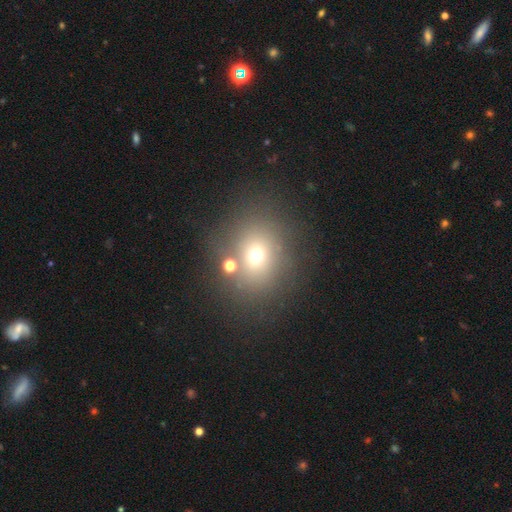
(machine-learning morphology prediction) This is likely a smooth galaxy (66%). How rounded: likely round (69%). Merging: likely none (71%).